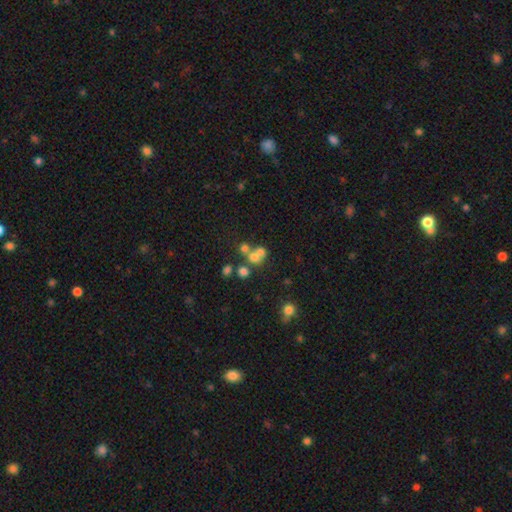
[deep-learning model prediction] Smooth or featured? smooth (59%)
How rounded? round (78%)
Merging? merger (50%)